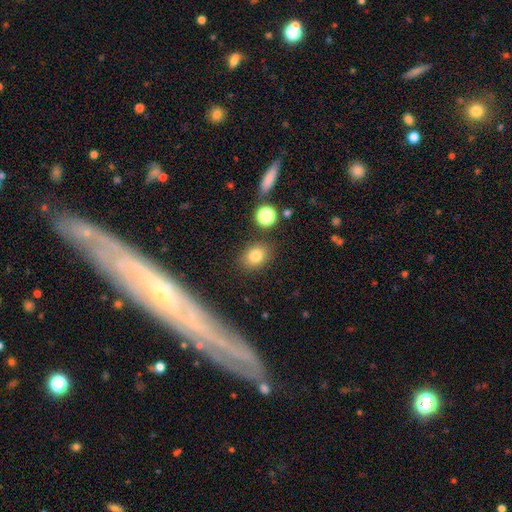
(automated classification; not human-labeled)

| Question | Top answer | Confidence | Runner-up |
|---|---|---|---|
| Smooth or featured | smooth | 78% | star or artifact (14%) |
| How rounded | round | 51% | in between (48%) |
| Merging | none | 82% | minor disturbance (10%) |